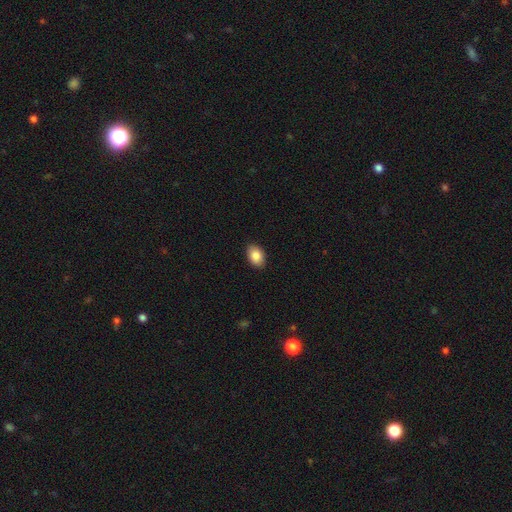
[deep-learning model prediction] Smooth or featured: smooth — 86% (star or artifact — 7%)
How rounded: in between — 85% (round — 14%)
Merging: none — 90% (minor disturbance — 8%)